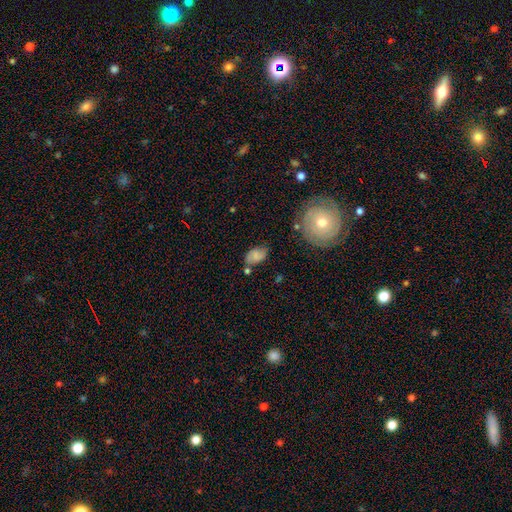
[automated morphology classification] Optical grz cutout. It shows a smooth galaxy with no disk features (68%) that is in between round and cigar-shaped (87%). Merging: none (57%).